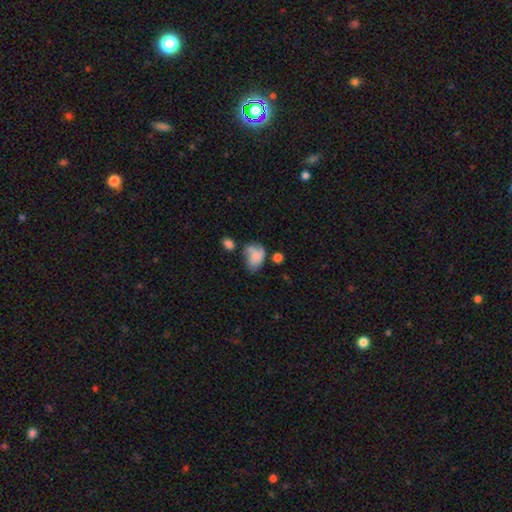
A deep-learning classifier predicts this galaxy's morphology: Overall: smooth (63%; featured or disk 28%). How rounded: in between (76%). Merging: none (34%; minor disturbance 27%).